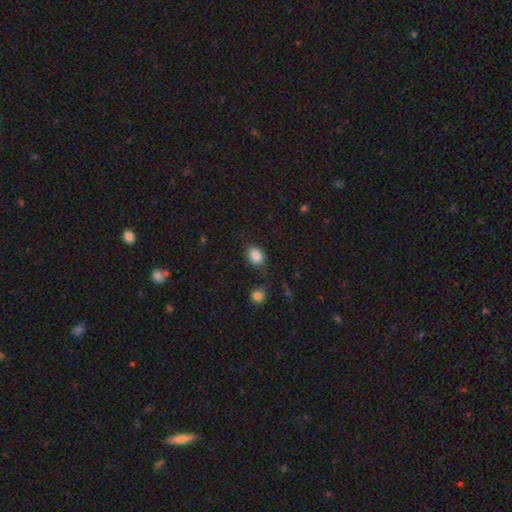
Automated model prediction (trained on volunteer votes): This is clearly a smooth galaxy (85%). How rounded: likely in between (64%). Merging: likely none (72%).